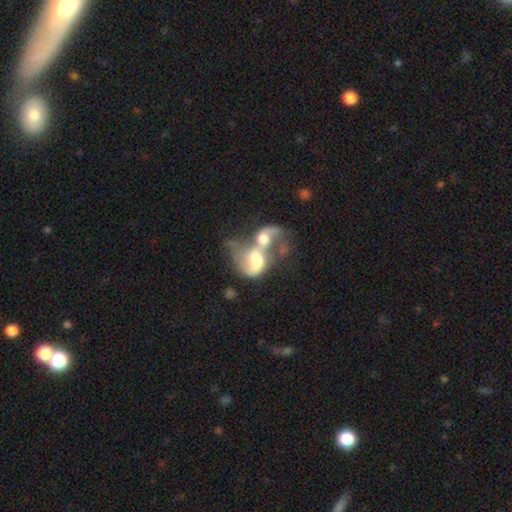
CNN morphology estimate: Q: Smooth or featured?
A: featured or disk (62%); runner-up: smooth (29%)
Q: Edge-on disk?
A: no (97%); runner-up: yes (3%)
Q: Bar?
A: no (65%); runner-up: weak (26%)
Q: Spiral arms?
A: yes (63%); runner-up: no (37%)
Q: Bulge size?
A: moderate (54%); runner-up: large (24%)
Q: Merging?
A: merger (80%); runner-up: major disturbance (10%)